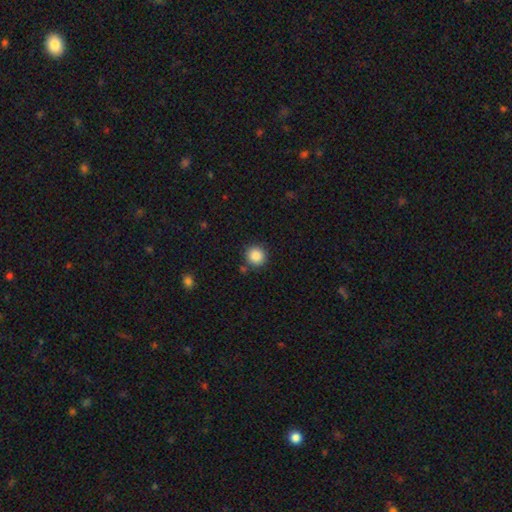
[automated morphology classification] Q: Smooth or featured?
A: smooth (87%); runner-up: star or artifact (9%)
Q: How rounded?
A: round (93%); runner-up: in between (6%)
Q: Merging?
A: none (86%); runner-up: minor disturbance (8%)